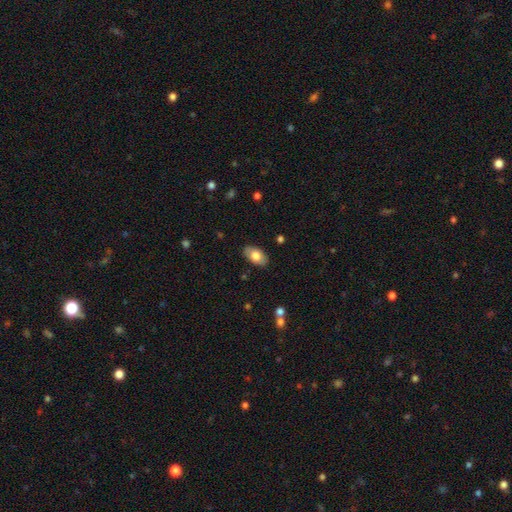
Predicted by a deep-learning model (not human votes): A smooth galaxy with no disk features (74%) that is in between round and cigar-shaped (94%). Merging: none (85%).